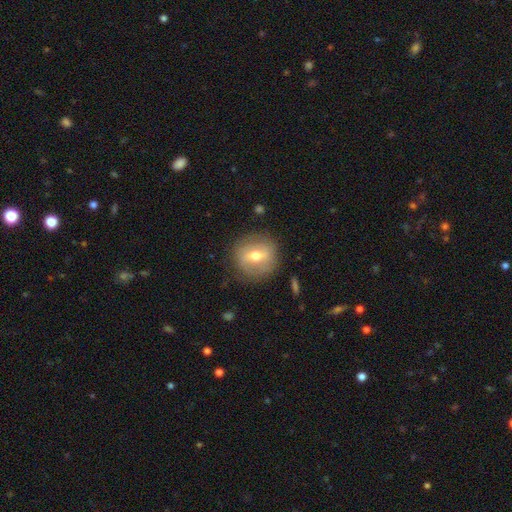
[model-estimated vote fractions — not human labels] Q: Smooth or featured?
A: featured or disk (52%); runner-up: smooth (40%)
Q: Edge-on disk?
A: no (90%); runner-up: yes (10%)
Q: Merging?
A: none (83%); runner-up: minor disturbance (11%)